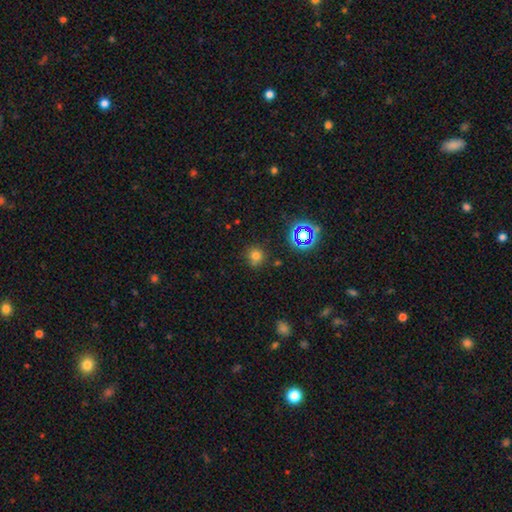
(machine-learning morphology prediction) type=smooth (70%); roundness=round (89%); merging=none (79%).